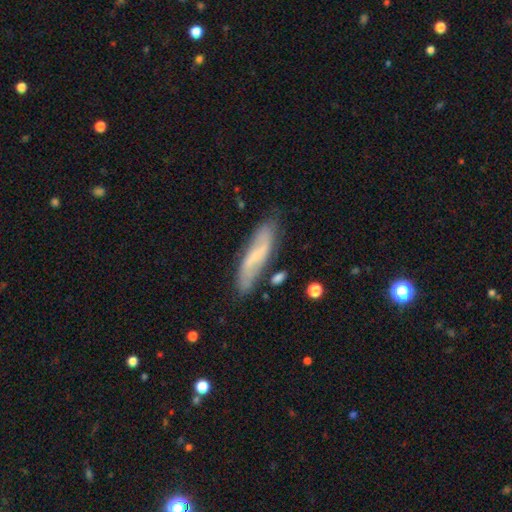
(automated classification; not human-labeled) This appears to be a featured or disk galaxy (56%). Merging: none (74%).